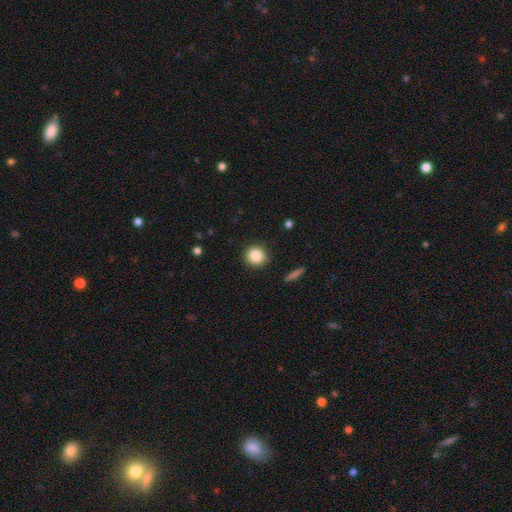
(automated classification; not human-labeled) smooth_or_featured: smooth (p=0.86) [alt: star or artifact p=0.09]
how_rounded: round (p=0.91) [alt: in between p=0.08]
merging: none (p=0.90) [alt: minor disturbance p=0.07]